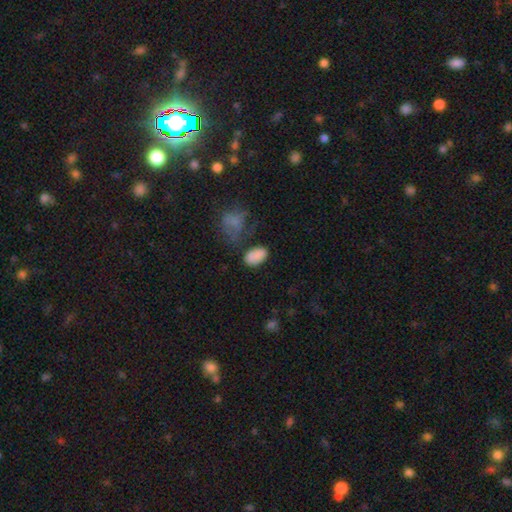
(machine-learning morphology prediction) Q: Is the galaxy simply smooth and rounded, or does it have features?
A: smooth — 86%.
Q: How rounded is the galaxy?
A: in between — 93%.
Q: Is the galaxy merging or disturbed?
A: none — 69%.